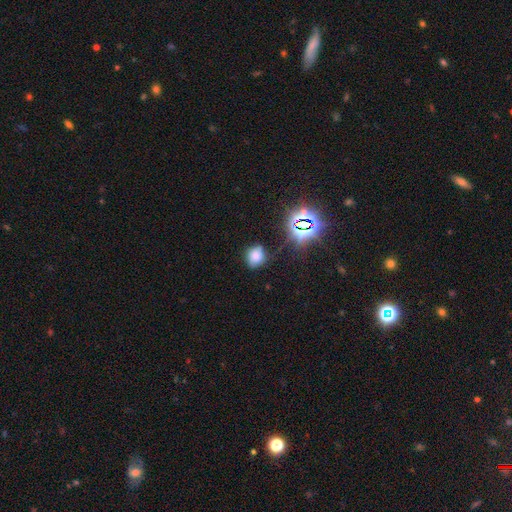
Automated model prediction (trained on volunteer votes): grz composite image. It shows a smooth galaxy with no disk features (65%) that is round (60%). Merging: none (66%).